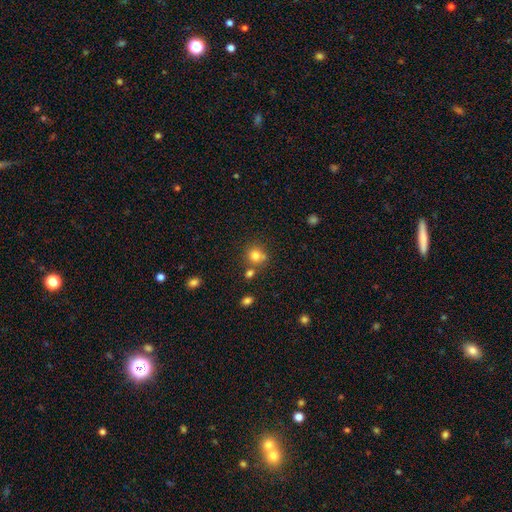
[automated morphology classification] type=smooth (79%); roundness=round (86%); merging=none (64%).